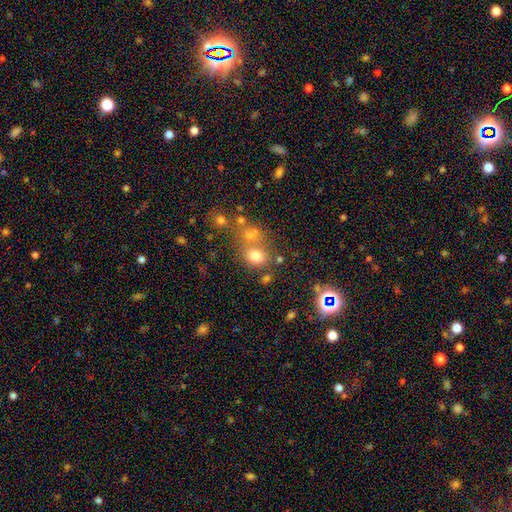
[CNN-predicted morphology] smooth_or_featured: smooth (p=0.71) [alt: star or artifact p=0.17]
how_rounded: round (p=0.53) [alt: in between p=0.46]
merging: none (p=0.51) [alt: merger p=0.31]